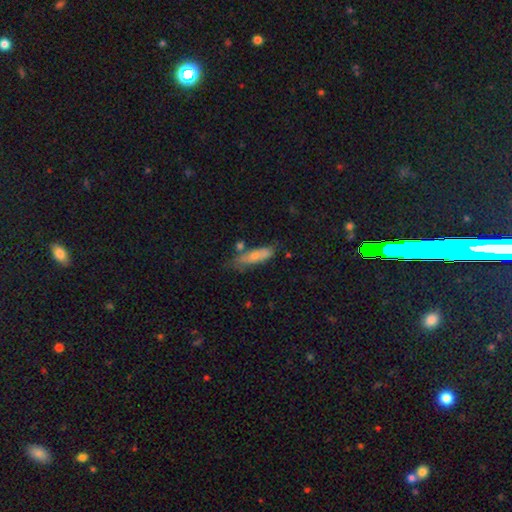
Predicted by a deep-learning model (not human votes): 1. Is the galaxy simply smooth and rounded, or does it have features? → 67% smooth, 27% featured or disk, 7% star or artifact.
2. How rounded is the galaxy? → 56% cigar-shaped, 42% in between, 3% round.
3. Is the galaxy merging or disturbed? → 54% none, 25% minor disturbance, 13% merger, 8% major disturbance.